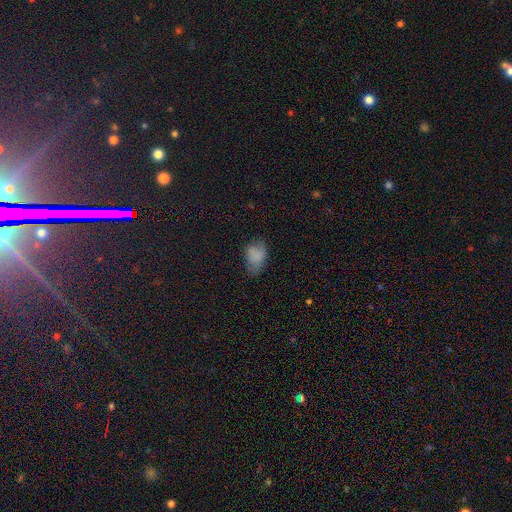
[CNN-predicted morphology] smooth 78%, featured or disk 11%, star or artifact 11%. Down the decision tree: how rounded — in between (89%); merging — none (46%).